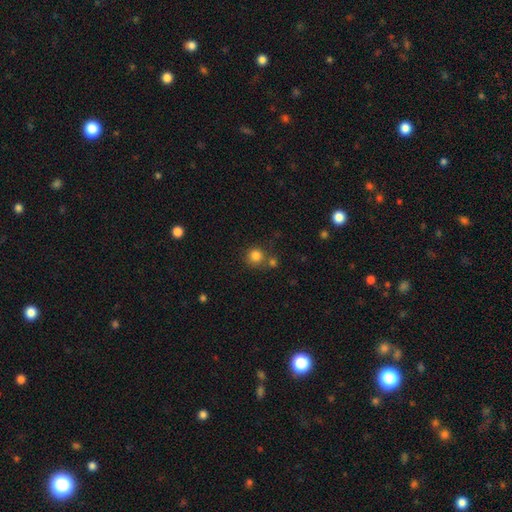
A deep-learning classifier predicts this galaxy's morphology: smooth 82%, star or artifact 12%, featured or disk 6%. Down the decision tree: how rounded — round (92%); merging — none (67%).